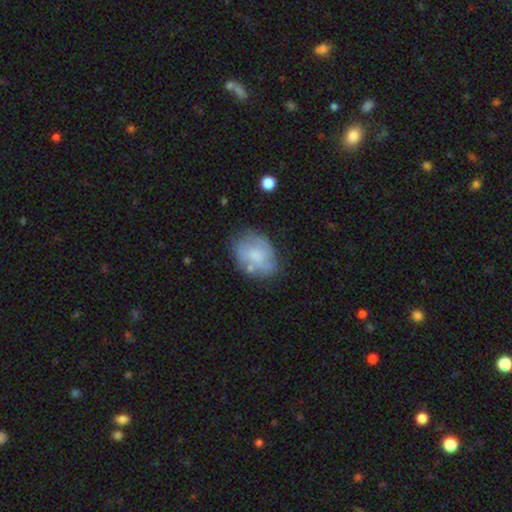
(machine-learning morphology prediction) A smooth galaxy with no disk features (51%) that is in between round and cigar-shaped (69%). Merging: none (58%).